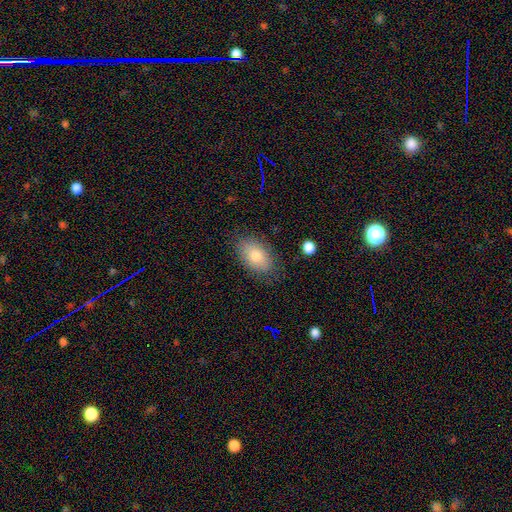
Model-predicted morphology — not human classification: smooth-or-featured: smooth: 77% | featured or disk: 15% | star or artifact: 8%
  how-rounded: in between: 89% | round: 9% | cigar-shaped: 1%
  merging: none: 81% | minor disturbance: 14% | major disturbance: 4% | merger: 1%